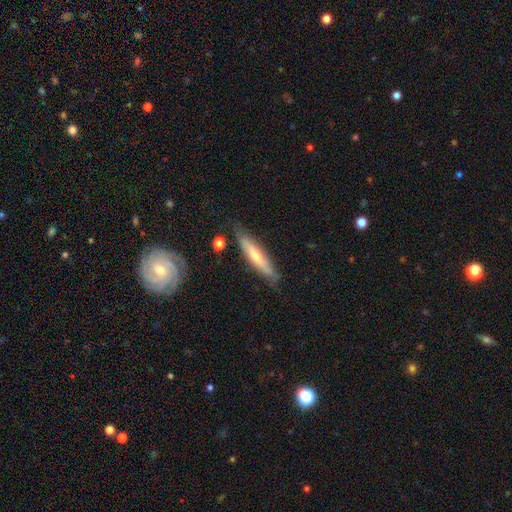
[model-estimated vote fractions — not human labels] Smooth or featured? featured or disk (49%)
Merging? none (77%)